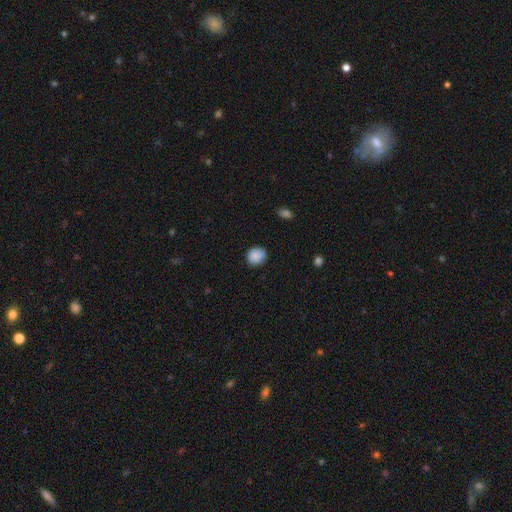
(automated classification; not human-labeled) This is clearly a smooth galaxy (88%). How rounded: likely round (77%). Merging: clearly none (84%).